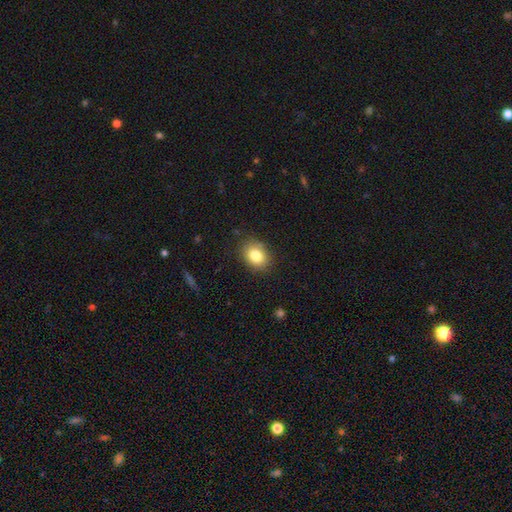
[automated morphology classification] Overall: smooth (82%). How rounded: in between (57%; round 42%). Merging: none (84%).